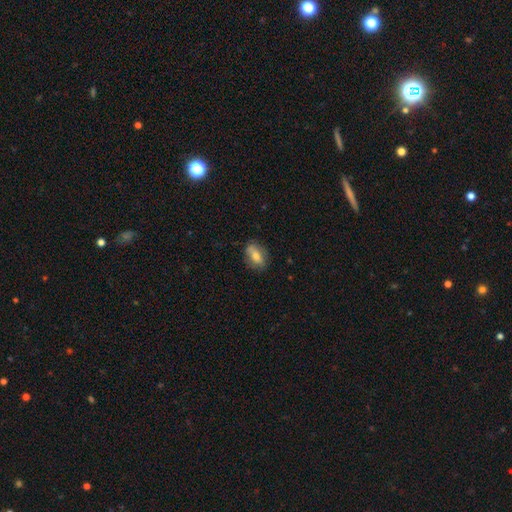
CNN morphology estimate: Smooth or featured? Predicted: smooth (p=0.68). How rounded? Predicted: in between (p=0.85). Merging? Predicted: none (p=0.78).